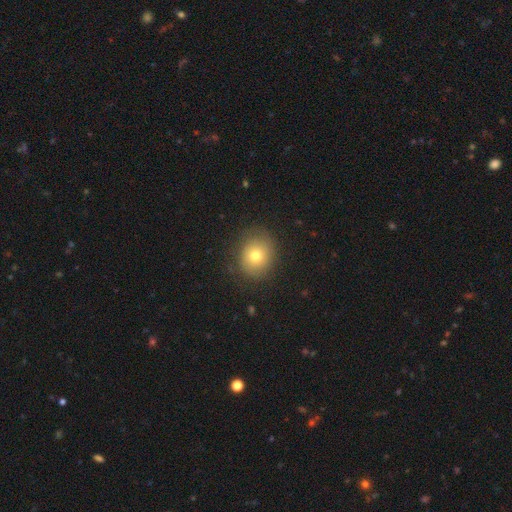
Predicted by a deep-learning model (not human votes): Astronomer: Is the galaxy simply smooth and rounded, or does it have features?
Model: smooth — 72%.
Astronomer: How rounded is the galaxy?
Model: round — 75%.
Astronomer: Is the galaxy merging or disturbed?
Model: none — 80%.